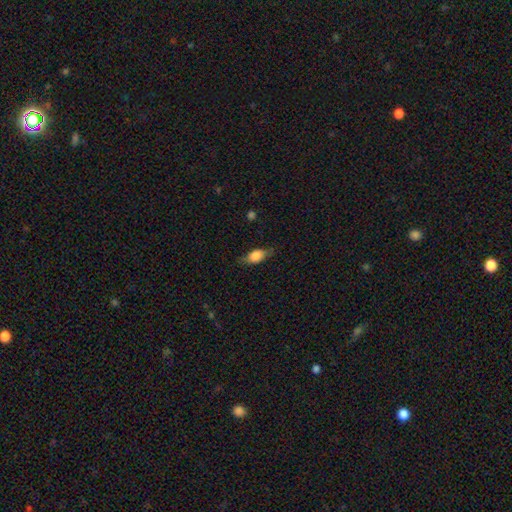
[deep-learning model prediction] Smooth or featured?
  - smooth: 72% *
  - featured or disk: 21%
  - star or artifact: 8%
How rounded?
  - in between: 78% *
  - cigar-shaped: 15%
  - round: 7%
Merging?
  - none: 71% *
  - minor disturbance: 21%
  - major disturbance: 7%
  - merger: 1%